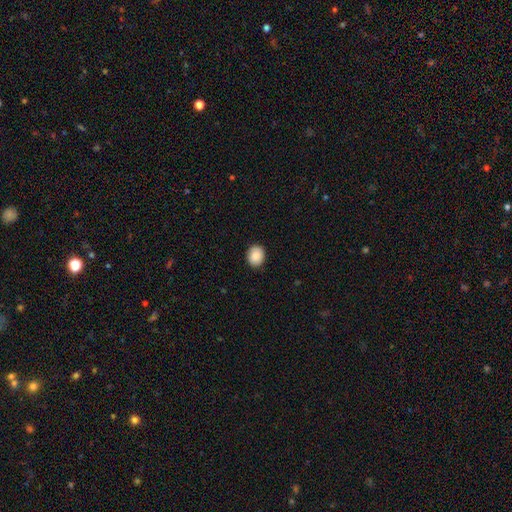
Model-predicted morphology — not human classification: This appears to be a smooth galaxy with no disk features (87%) that is round (57%). Merging: none (88%).